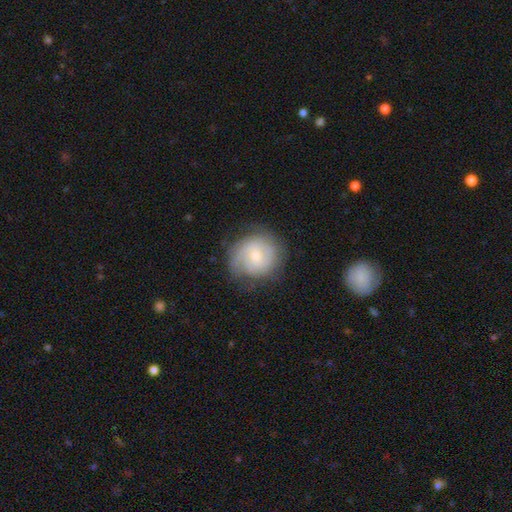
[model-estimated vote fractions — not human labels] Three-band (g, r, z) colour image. It shows a featured or disk galaxy (57%) with no bar (58%), spiral arms (86%) and a small central bulge (52%). Merging: none (71%).